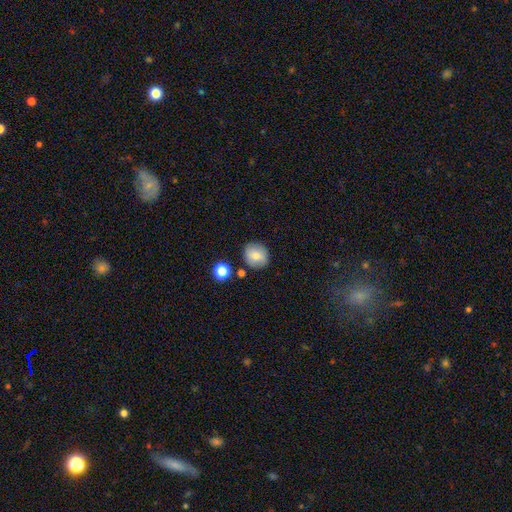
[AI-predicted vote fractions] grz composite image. It shows a smooth galaxy with no disk features (76%) that is round (85%). Merging: none (82%).